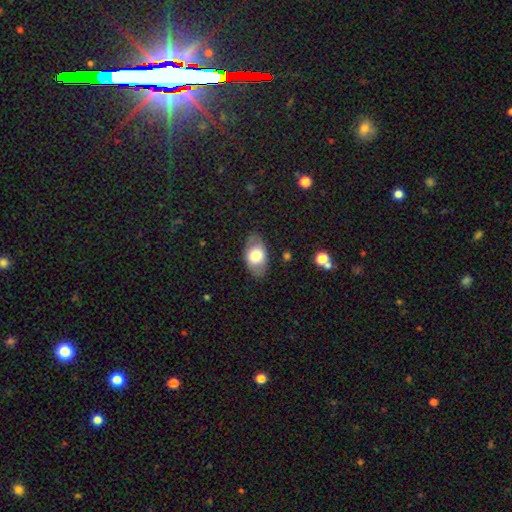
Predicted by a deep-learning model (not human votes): smooth_or_featured: smooth (p=0.70) [alt: featured or disk p=0.23]
how_rounded: in between (p=0.92) [alt: round p=0.07]
merging: none (p=0.81) [alt: minor disturbance p=0.14]